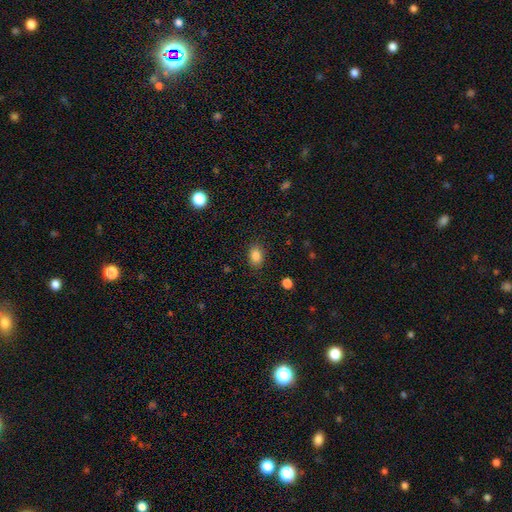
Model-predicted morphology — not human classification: Smooth or featured? smooth (85%)
How rounded? in between (77%)
Merging? none (86%)